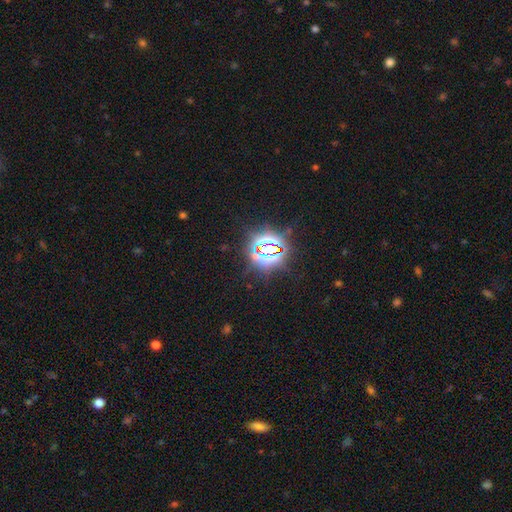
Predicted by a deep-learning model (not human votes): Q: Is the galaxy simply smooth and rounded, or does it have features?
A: star or artifact — 79%.